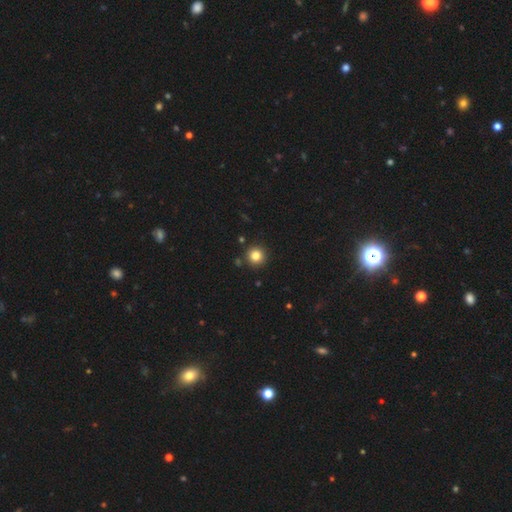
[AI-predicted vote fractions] This appears to be a smooth galaxy with no disk features (82%) that is round (95%). Merging: none (90%).